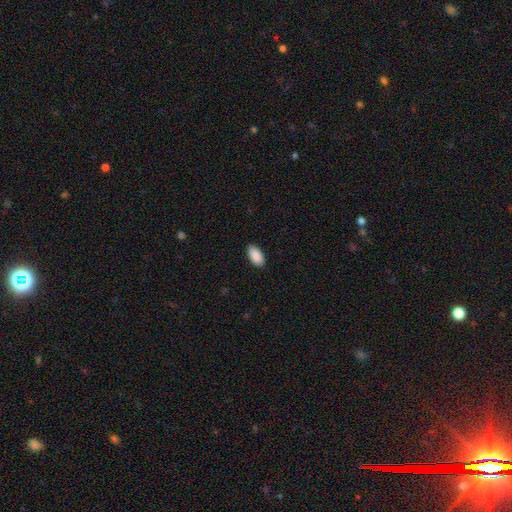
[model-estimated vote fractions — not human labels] Overall: smooth (91%). How rounded: in between (95%). Merging: none (89%).